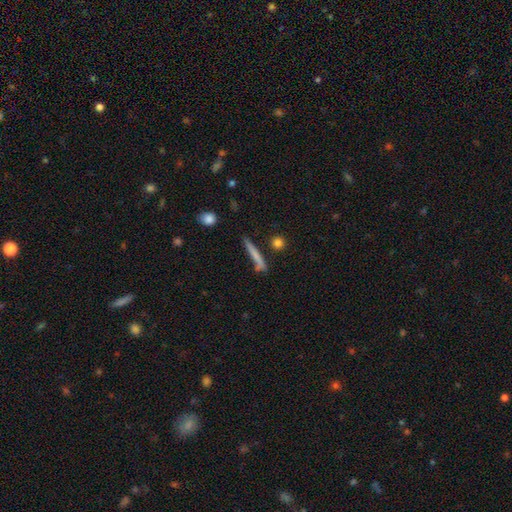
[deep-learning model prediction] A smooth galaxy with no disk features (65%) that is cigar-shaped (94%). Merging: none (73%).